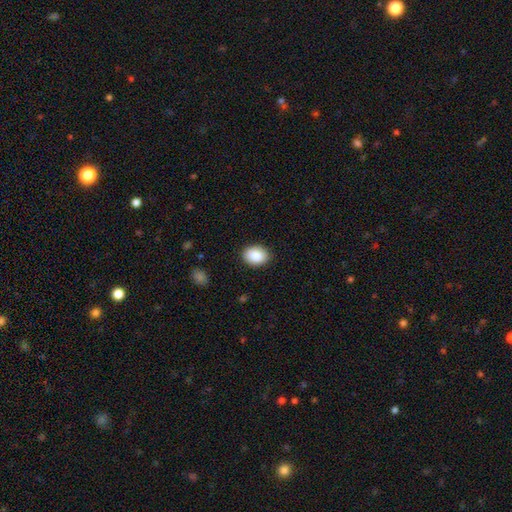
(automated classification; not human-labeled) A smooth galaxy with no disk features (88%) that is in between round and cigar-shaped (68%). Merging: none (89%).